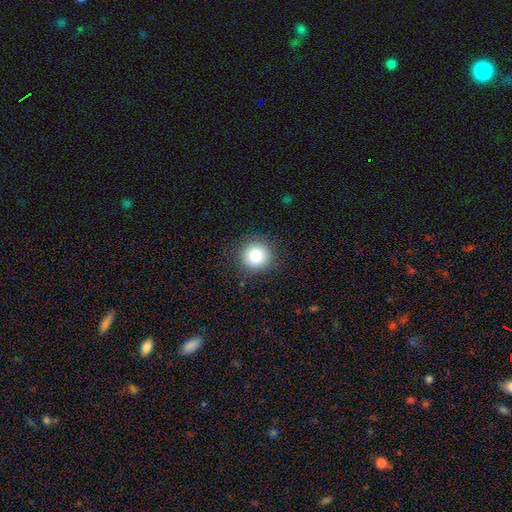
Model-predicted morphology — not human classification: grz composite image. It shows a smooth galaxy with no disk features (83%) that is round (94%). Merging: none (88%).